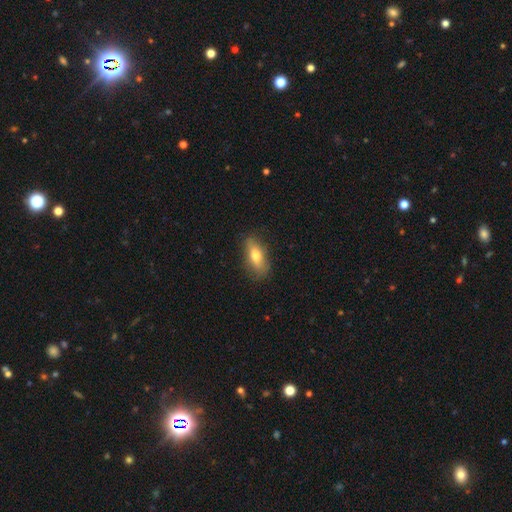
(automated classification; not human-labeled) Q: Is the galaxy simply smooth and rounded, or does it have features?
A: smooth — 67%.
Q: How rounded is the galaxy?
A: in between — 71%.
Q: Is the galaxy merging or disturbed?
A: none — 80%.